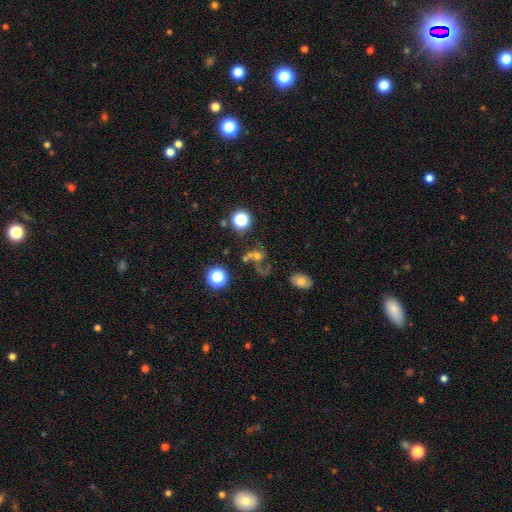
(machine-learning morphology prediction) Smooth or featured? Predicted: smooth (p=0.38). Merging? Predicted: none (p=0.39).